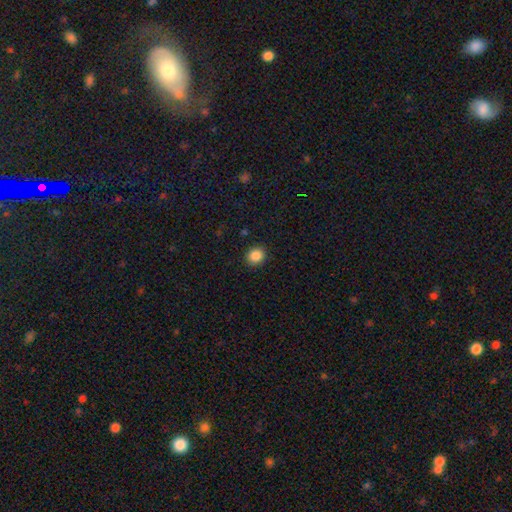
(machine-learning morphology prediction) The model was most divided on "how rounded": round: 76%, in between: 23%, cigar-shaped: 1%. More confident: merging — none (91%); smooth or featured — smooth (87%).